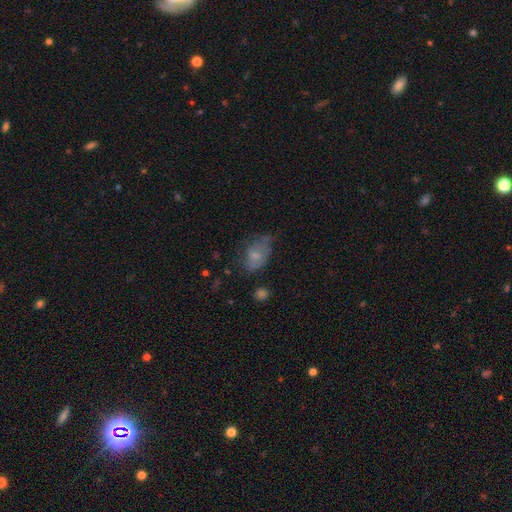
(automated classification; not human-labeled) smooth_or_featured: smooth (p=0.66) [alt: featured or disk p=0.24]
how_rounded: in between (p=0.83) [alt: round p=0.15]
merging: none (p=0.41) [alt: minor disturbance p=0.34]